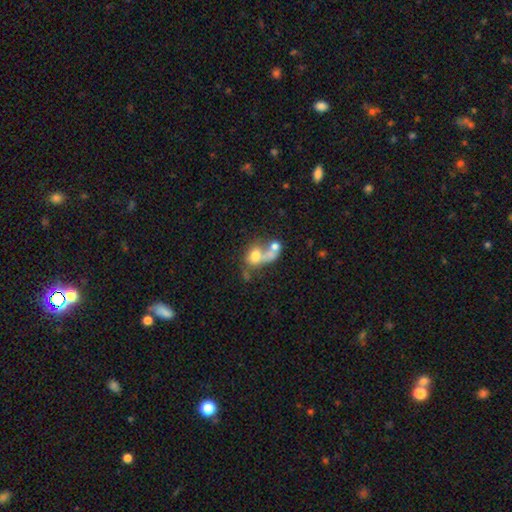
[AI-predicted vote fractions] Smooth or featured? Predicted: smooth (p=0.61). How rounded? Predicted: in between (p=0.53). Merging? Predicted: merger (p=0.61).